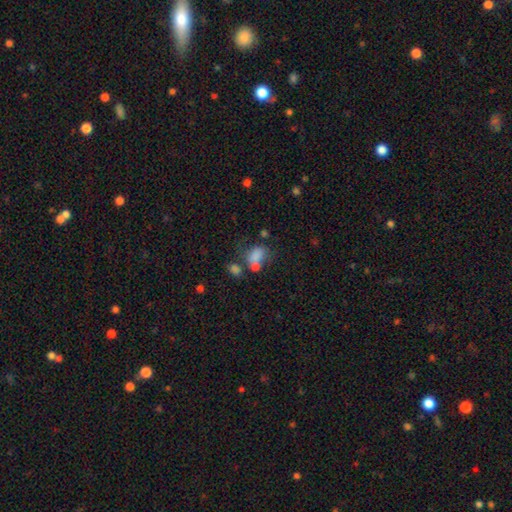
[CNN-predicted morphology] This is likely a smooth galaxy (73%). How rounded: likely in between (76%). Merging: marginally merger (37%).